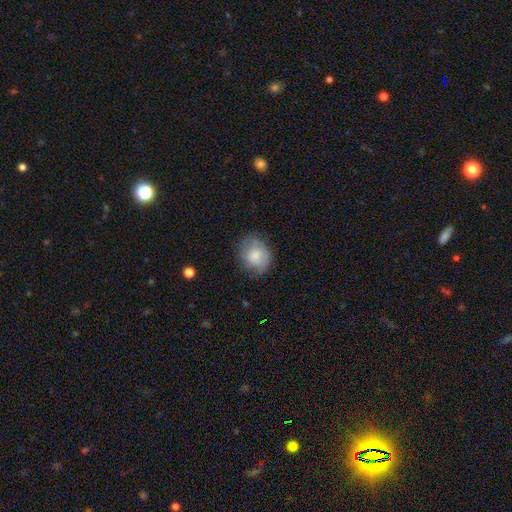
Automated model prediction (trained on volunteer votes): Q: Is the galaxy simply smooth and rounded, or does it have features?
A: smooth — 73%.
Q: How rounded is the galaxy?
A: round — 62%.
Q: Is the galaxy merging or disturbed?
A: none — 66%.